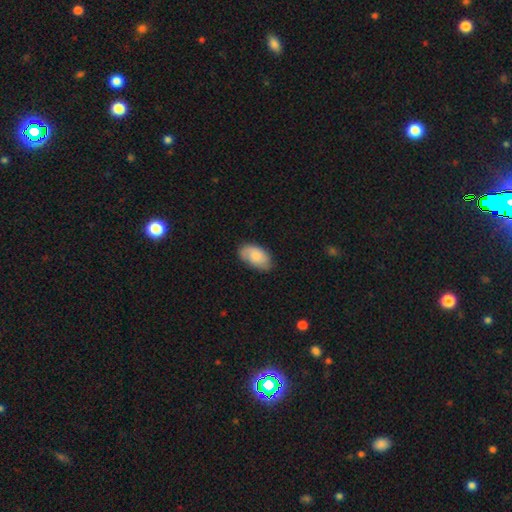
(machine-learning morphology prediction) This appears to be a smooth galaxy with no disk features (77%) that is in between round and cigar-shaped (94%). Merging: none (69%).